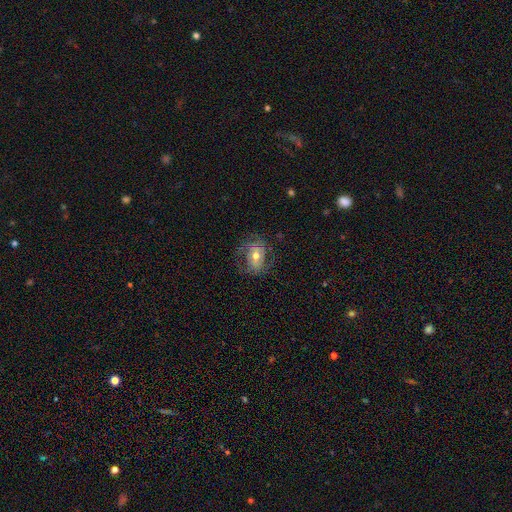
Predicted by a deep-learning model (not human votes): Morphology: type=featured or disk (60%); edge-on=no (95%); bar=no (52%); spiral arms=yes (72%); bulge=moderate (74%); merging=none (61%).